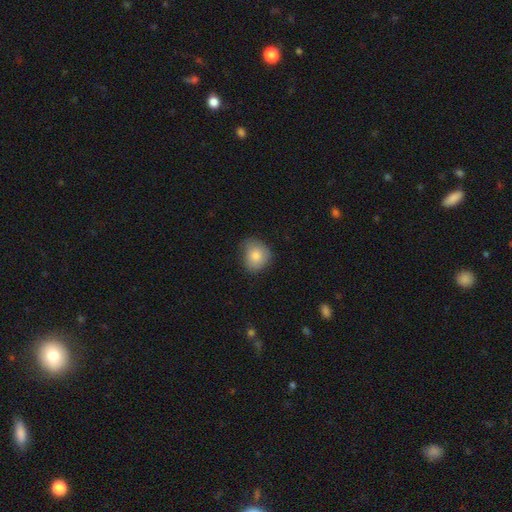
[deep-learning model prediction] This appears to be a smooth galaxy with no disk features (82%) that is round (67%). Merging: none (62%).